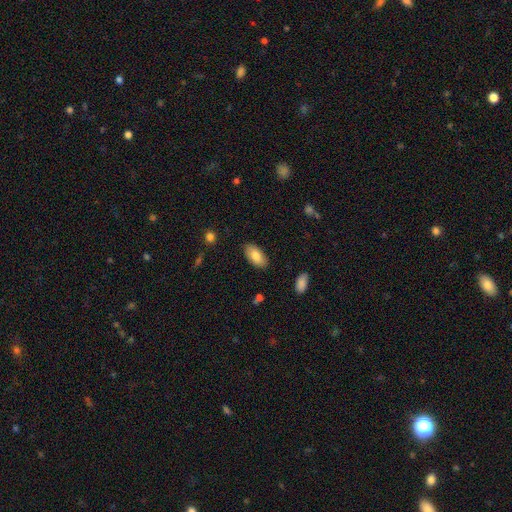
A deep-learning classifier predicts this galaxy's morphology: Smooth or featured? Predicted: smooth (p=0.80). How rounded? Predicted: in between (p=0.94). Merging? Predicted: none (p=0.86).